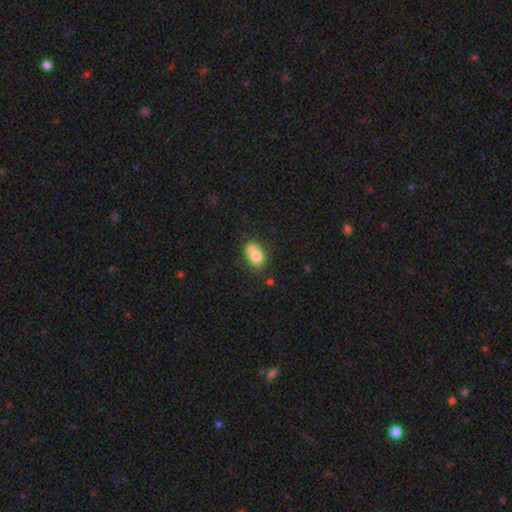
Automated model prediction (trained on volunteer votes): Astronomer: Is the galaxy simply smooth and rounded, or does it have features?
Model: smooth — 72%.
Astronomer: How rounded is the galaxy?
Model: round — 50% (runner-up: in between, 49%).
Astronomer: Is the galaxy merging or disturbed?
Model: merger — 56% (runner-up: none, 31%).